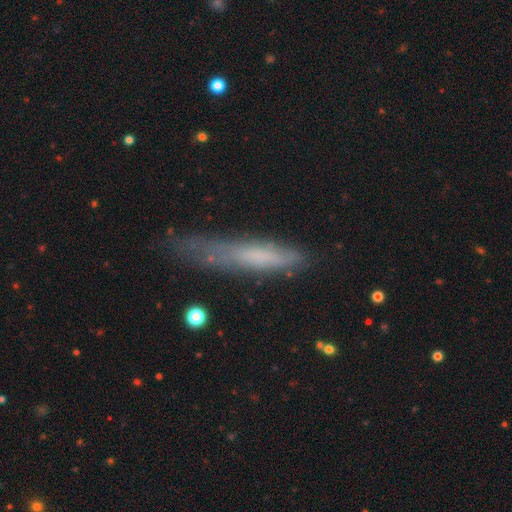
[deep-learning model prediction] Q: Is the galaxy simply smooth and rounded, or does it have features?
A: smooth — 54%.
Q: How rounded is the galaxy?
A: cigar-shaped — 87%.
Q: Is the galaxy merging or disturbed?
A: none — 57%.